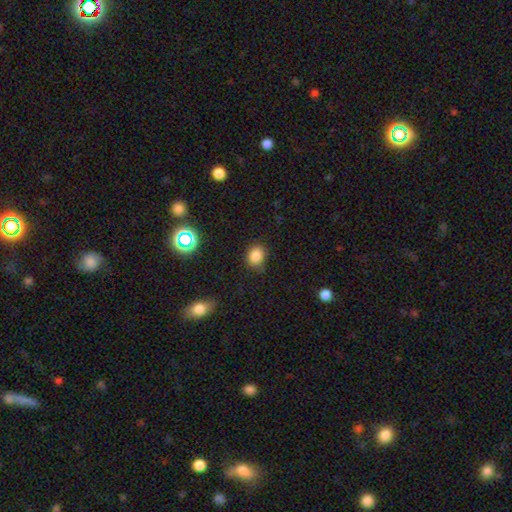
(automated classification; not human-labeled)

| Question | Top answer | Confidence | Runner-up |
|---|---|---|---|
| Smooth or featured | smooth | 82% | star or artifact (13%) |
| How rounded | round | 58% | in between (41%) |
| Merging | none | 74% | minor disturbance (20%) |